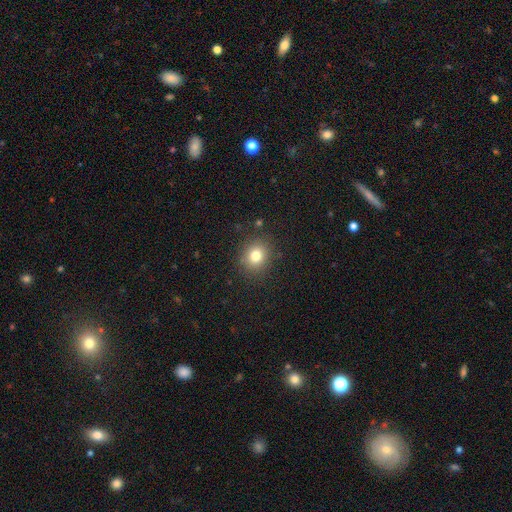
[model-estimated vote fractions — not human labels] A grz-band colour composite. It shows a smooth galaxy with no disk features (79%) that is round (77%). Merging: none (87%).